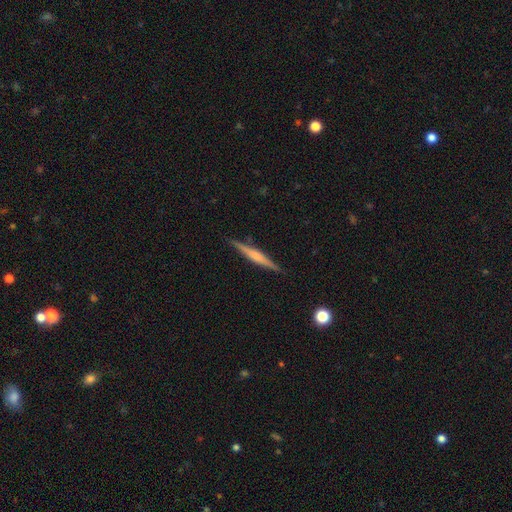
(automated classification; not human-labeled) Smooth or featured? featured or disk (64%)
Edge-on disk? yes (98%)
Edge-on bulge? rounded (53%)
Merging? none (90%)